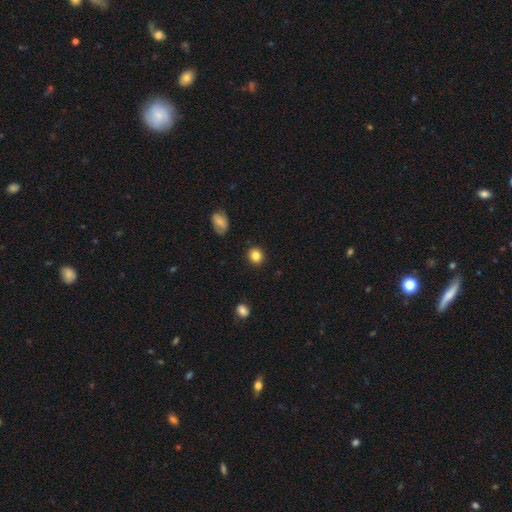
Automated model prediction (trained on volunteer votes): smooth 85%, star or artifact 10%, featured or disk 5%. Down the decision tree: how rounded — round (71%); merging — none (89%).